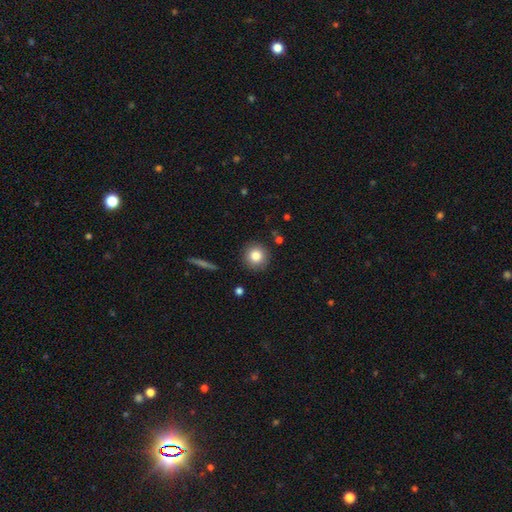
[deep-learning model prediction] Smooth or featured? smooth (82%)
How rounded? round (93%)
Merging? none (90%)